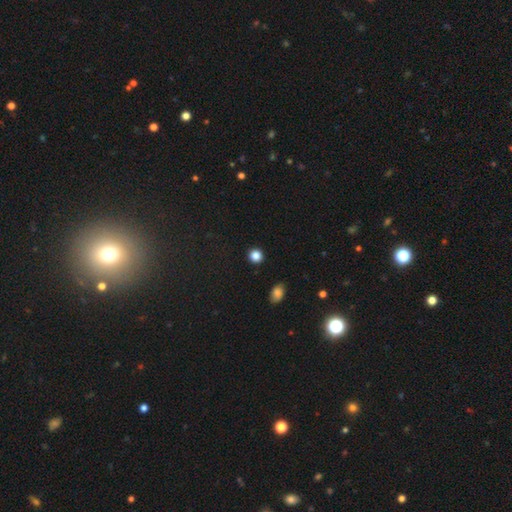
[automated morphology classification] Smooth or featured: smooth — 85% (star or artifact — 11%)
How rounded: round — 92% (in between — 7%)
Merging: none — 92% (minor disturbance — 5%)